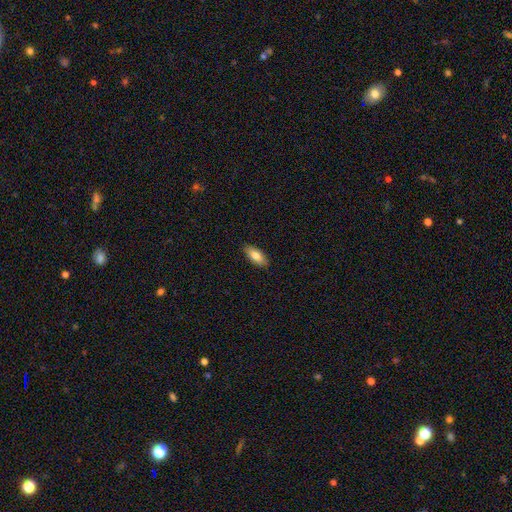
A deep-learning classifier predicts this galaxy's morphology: Smooth or featured? smooth (82%)
How rounded? in between (83%)
Merging? none (88%)